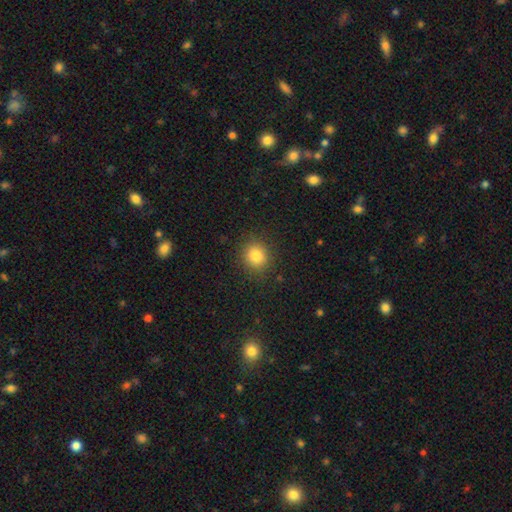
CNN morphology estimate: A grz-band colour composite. It shows a smooth galaxy with no disk features (83%) that is round (77%). Merging: none (87%).